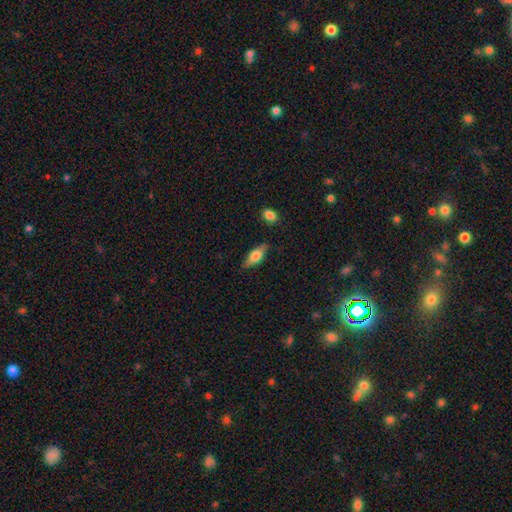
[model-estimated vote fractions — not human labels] Morphology: type=smooth (60%); roundness=in between (64%); merging=none (82%).